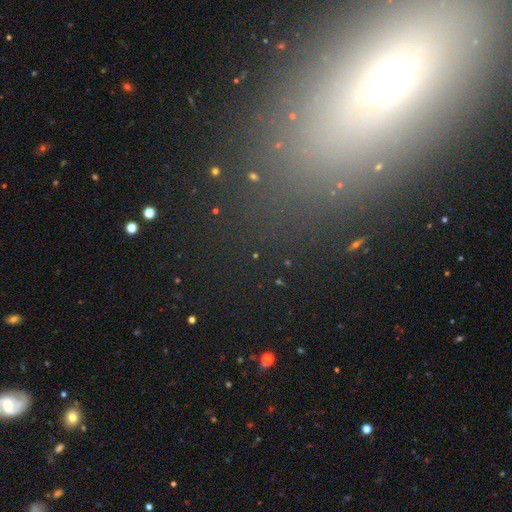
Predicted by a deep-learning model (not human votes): Morphology: type=star or artifact (66%).